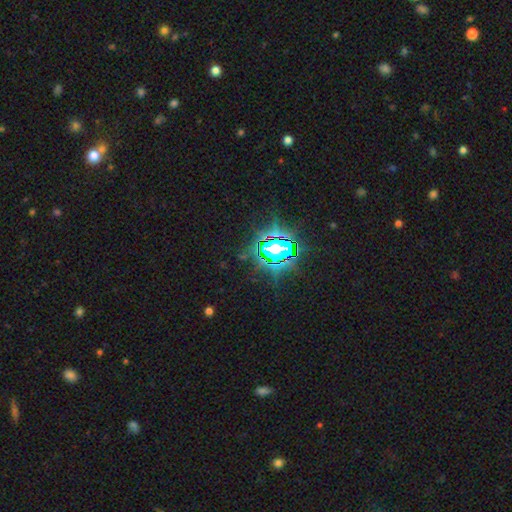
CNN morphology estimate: The model was most divided on "smooth or featured": star or artifact: 85%, smooth: 9%, featured or disk: 6%.